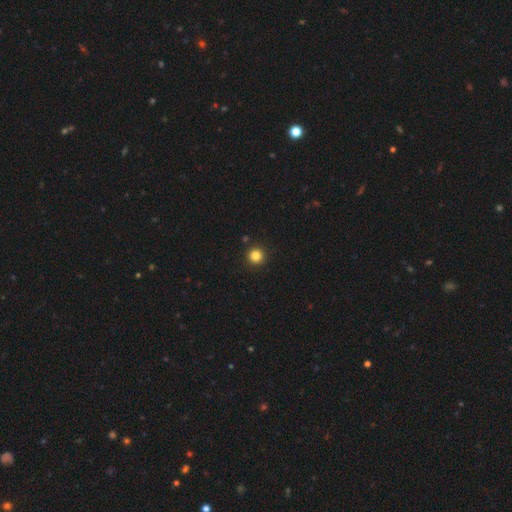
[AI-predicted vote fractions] smooth-or-featured: smooth: 83% | star or artifact: 13% | featured or disk: 4%
  how-rounded: round: 96% | in between: 3% | cigar-shaped: 1%
  merging: none: 93% | minor disturbance: 4% | major disturbance: 2% | merger: 1%